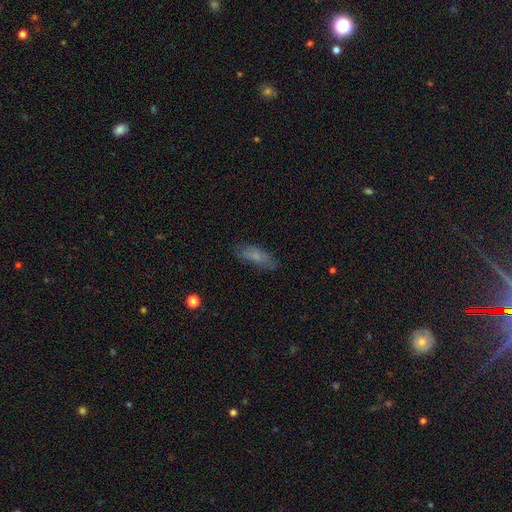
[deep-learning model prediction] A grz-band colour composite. It shows a smooth galaxy with no disk features (71%) that is in between round and cigar-shaped (64%). Merging: none (75%).